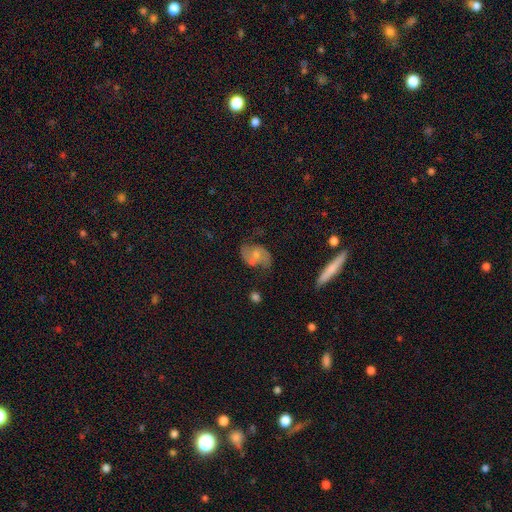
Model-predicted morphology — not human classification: Overall: featured or disk (65%; smooth 26%). Edge-on disk: no (96%). Bar: no (59%; weak 33%). Spiral arms: yes (85%). Spiral arm count: 2 (88%). Spiral winding: loose (48%; medium 39%). Bulge size: moderate (46%; small 45%). Merging: none (53%; minor disturbance 23%).